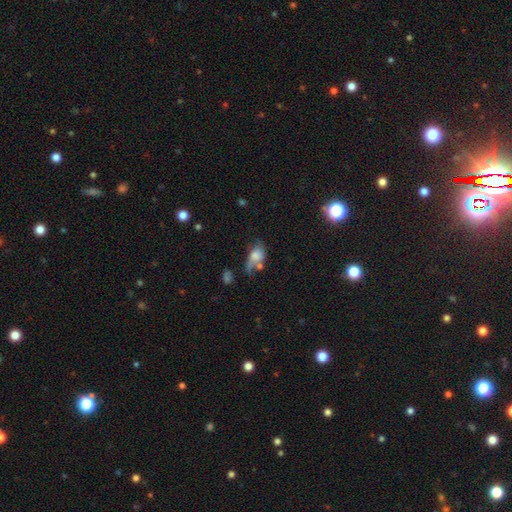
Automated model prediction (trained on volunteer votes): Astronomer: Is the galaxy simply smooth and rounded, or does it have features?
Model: smooth — 59%.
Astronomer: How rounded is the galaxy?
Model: in between — 79%.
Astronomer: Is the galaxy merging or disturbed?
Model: major disturbance — 29% (runner-up: merger, 26%).